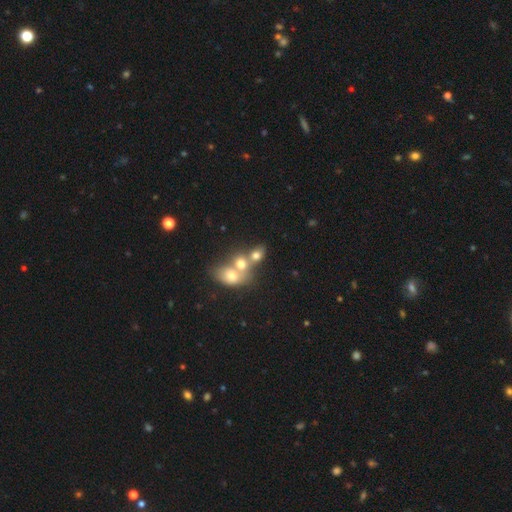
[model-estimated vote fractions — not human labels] Smooth or featured: smooth — 69% (featured or disk — 18%)
How rounded: in between — 52% (round — 46%)
Merging: merger — 61% (none — 26%)